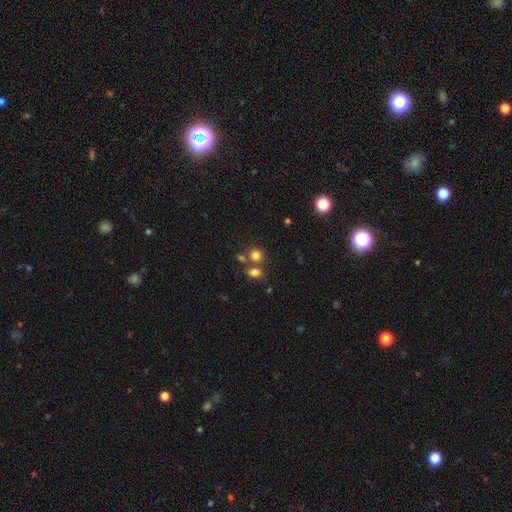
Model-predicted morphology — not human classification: smooth-or-featured: smooth: 79% | star or artifact: 14% | featured or disk: 7%
  how-rounded: round: 80% | in between: 19% | cigar-shaped: 1%
  merging: none: 60% | merger: 27% | minor disturbance: 9% | major disturbance: 4%